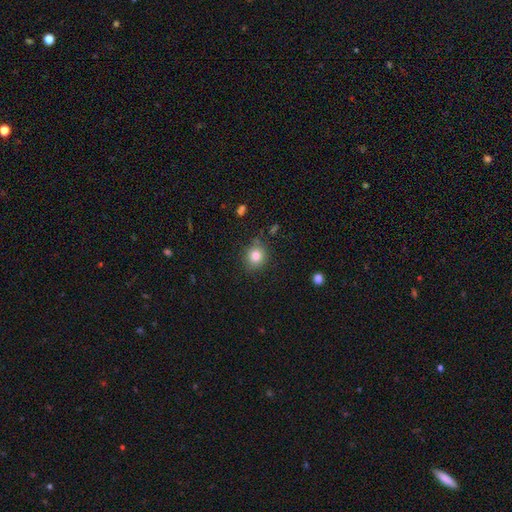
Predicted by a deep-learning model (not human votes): This is clearly a smooth galaxy (82%). How rounded: clearly round (81%). Merging: clearly none (83%).